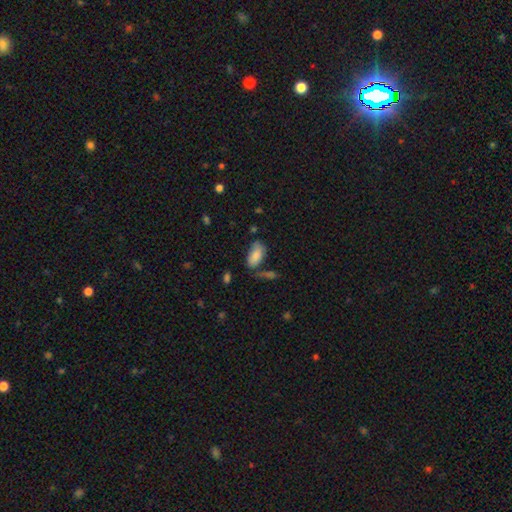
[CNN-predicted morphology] Q: Smooth or featured?
A: smooth (84%); runner-up: featured or disk (9%)
Q: How rounded?
A: in between (93%); runner-up: cigar-shaped (4%)
Q: Merging?
A: none (61%); runner-up: minor disturbance (22%)